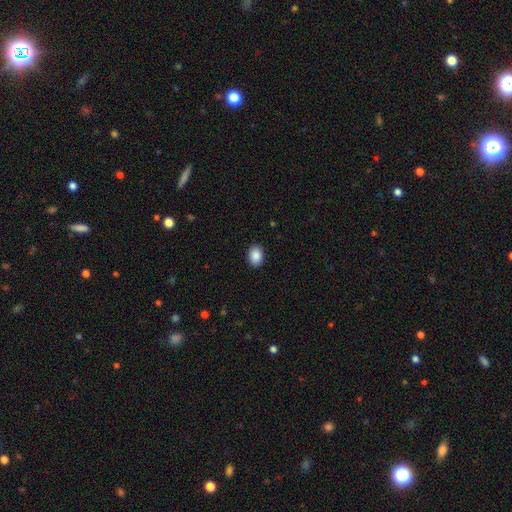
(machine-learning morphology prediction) This appears to be a smooth galaxy with no disk features (89%) that is in between round and cigar-shaped (74%). Merging: none (91%).